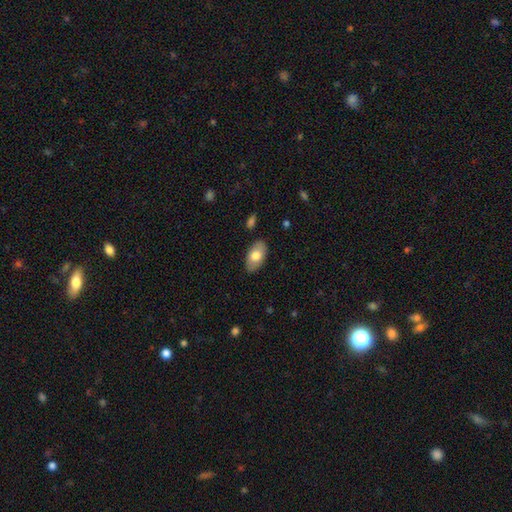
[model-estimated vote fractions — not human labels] Smooth or featured? Predicted: smooth (p=0.72). How rounded? Predicted: in between (p=0.94). Merging? Predicted: none (p=0.85).